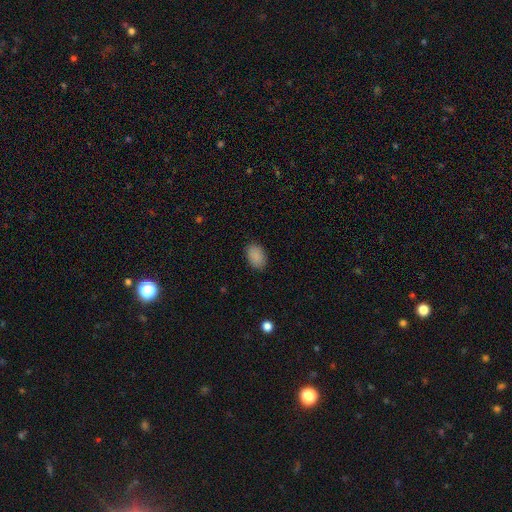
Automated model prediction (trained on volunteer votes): This appears to be a smooth galaxy with no disk features (89%) that is in between round and cigar-shaped (88%). Merging: none (87%).